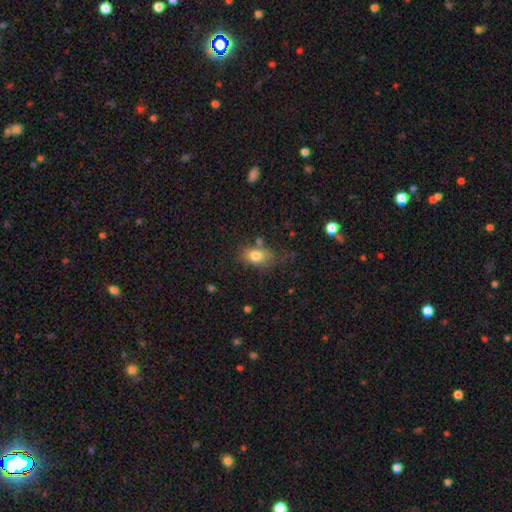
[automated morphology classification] smooth_or_featured: smooth (p=0.80) [alt: featured or disk p=0.11]
how_rounded: in between (p=0.80) [alt: round p=0.18]
merging: none (p=0.59) [alt: minor disturbance p=0.25]